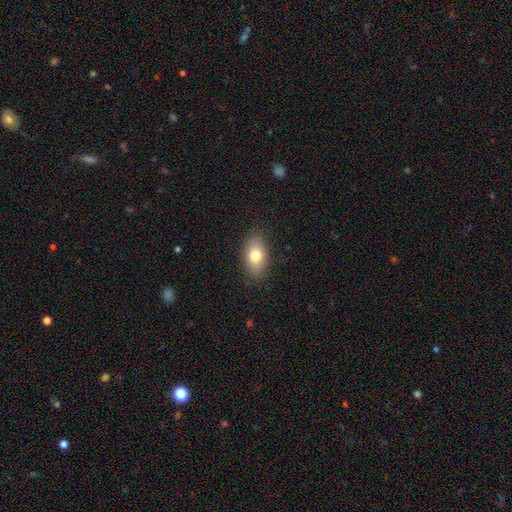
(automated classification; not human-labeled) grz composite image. It shows a smooth galaxy with no disk features (78%) that is in between round and cigar-shaped (89%). Merging: none (86%).